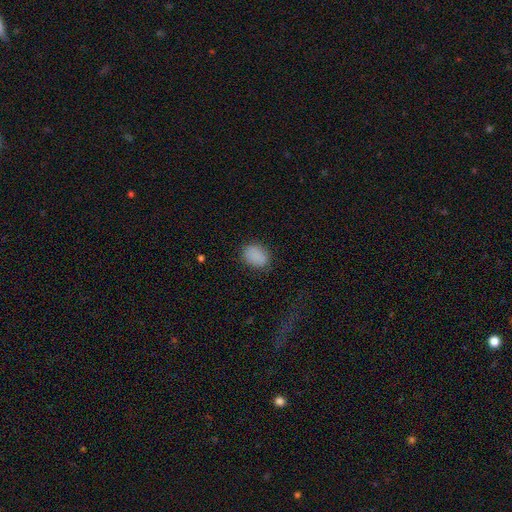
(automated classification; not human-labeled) smooth_or_featured: smooth (p=0.87) [alt: star or artifact p=0.09]
how_rounded: in between (p=0.71) [alt: round p=0.28]
merging: none (p=0.81) [alt: minor disturbance p=0.14]